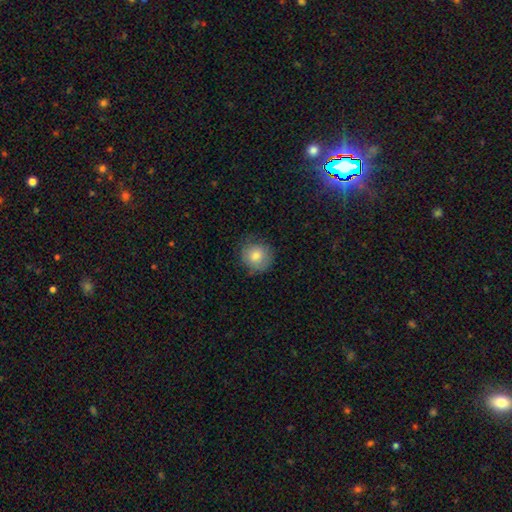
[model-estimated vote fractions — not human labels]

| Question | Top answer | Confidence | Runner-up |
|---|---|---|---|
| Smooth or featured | smooth | 78% | featured or disk (14%) |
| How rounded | round | 89% | in between (10%) |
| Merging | none | 75% | minor disturbance (19%) |